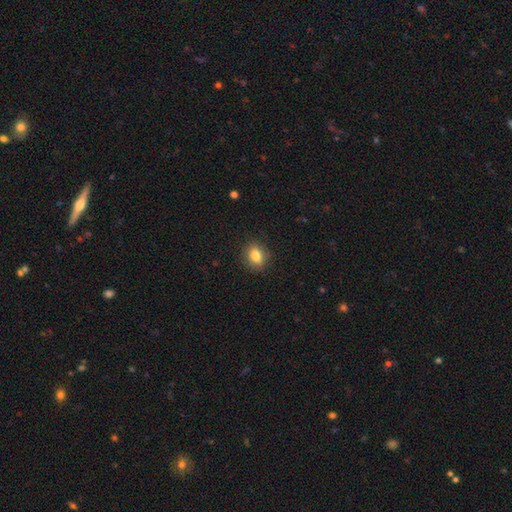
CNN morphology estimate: A smooth galaxy with no disk features (84%) that is in between round and cigar-shaped (72%).

Vote fractions:
- Smooth or featured? smooth: 84% / star or artifact: 9% / featured or disk: 7%
- How rounded? in between: 72% / round: 26% / cigar-shaped: 2%
- Merging? none: 87% / minor disturbance: 10% / major disturbance: 2% / merger: 1%